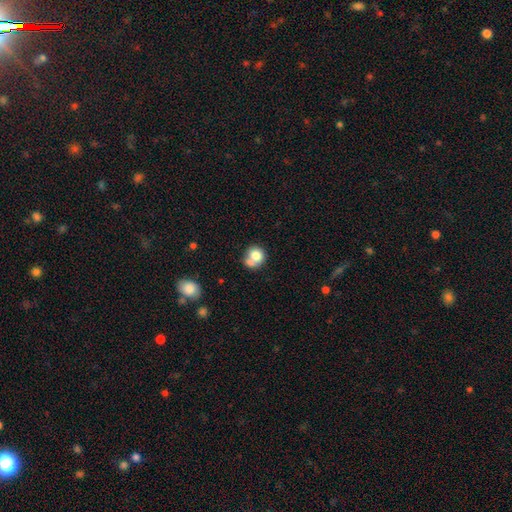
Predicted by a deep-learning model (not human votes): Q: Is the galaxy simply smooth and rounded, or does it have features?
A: smooth — 77%.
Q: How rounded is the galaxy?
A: round — 78%.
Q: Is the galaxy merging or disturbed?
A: merger — 43%.